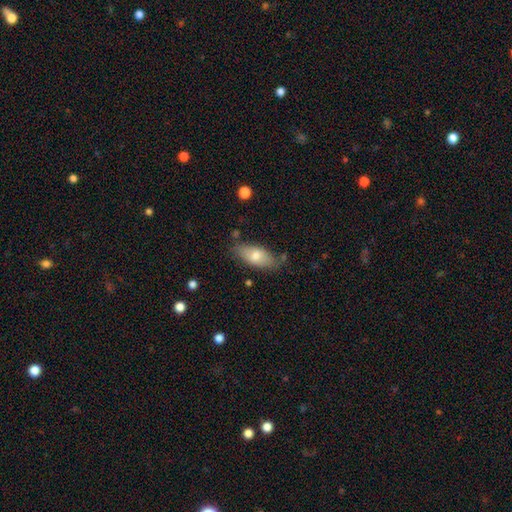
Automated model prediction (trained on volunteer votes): smooth 71%, featured or disk 22%, star or artifact 6%. Down the decision tree: how rounded — in between (84%); merging — none (73%).